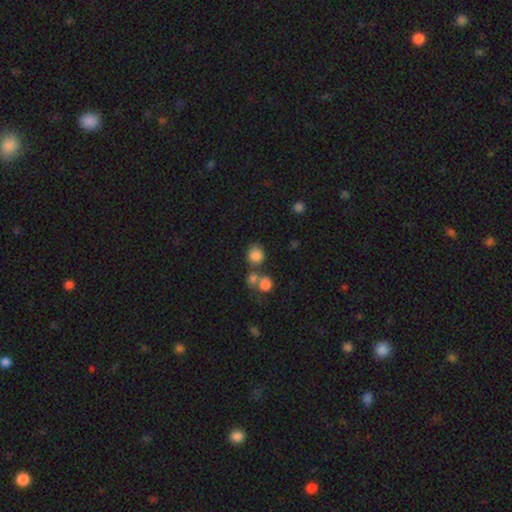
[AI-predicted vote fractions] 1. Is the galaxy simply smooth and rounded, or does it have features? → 82% smooth, 12% star or artifact, 7% featured or disk.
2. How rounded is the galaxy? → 79% round, 20% in between, 1% cigar-shaped.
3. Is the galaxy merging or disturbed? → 56% none, 26% merger, 12% minor disturbance, 6% major disturbance.